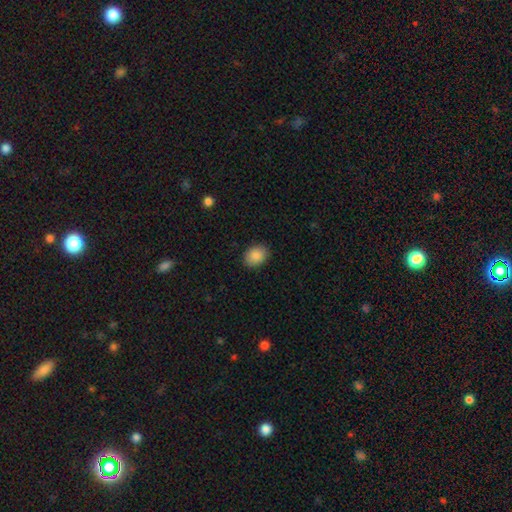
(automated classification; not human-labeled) Smooth or featured? Predicted: smooth (p=0.88). How rounded? Predicted: in between (p=0.64). Merging? Predicted: none (p=0.88).